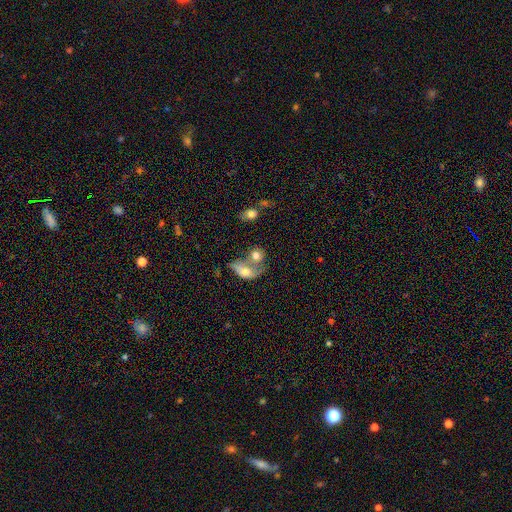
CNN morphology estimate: Smooth or featured: smooth — 69% (featured or disk — 21%)
How rounded: round — 50% (in between — 47%)
Merging: merger — 60% (none — 22%)